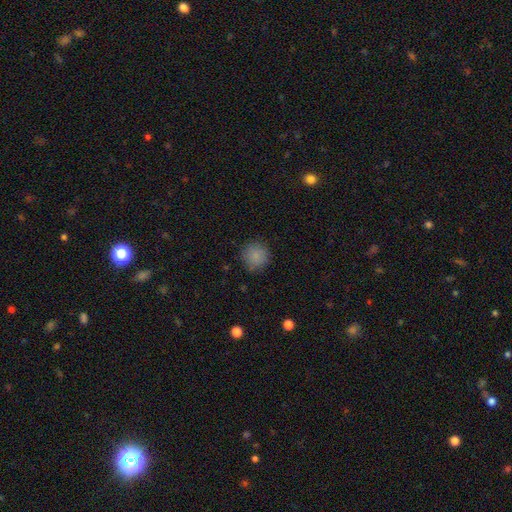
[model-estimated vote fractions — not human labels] Smooth or featured: smooth — 85% (star or artifact — 10%)
How rounded: round — 92% (in between — 7%)
Merging: none — 85% (minor disturbance — 11%)